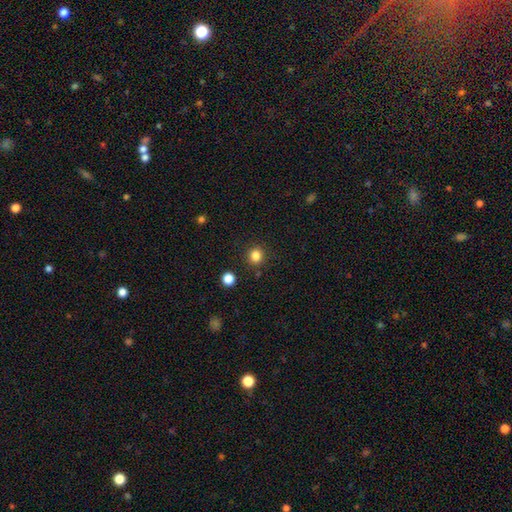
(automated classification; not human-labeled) This is clearly a smooth galaxy (83%). How rounded: clearly round (88%). Merging: clearly none (88%).